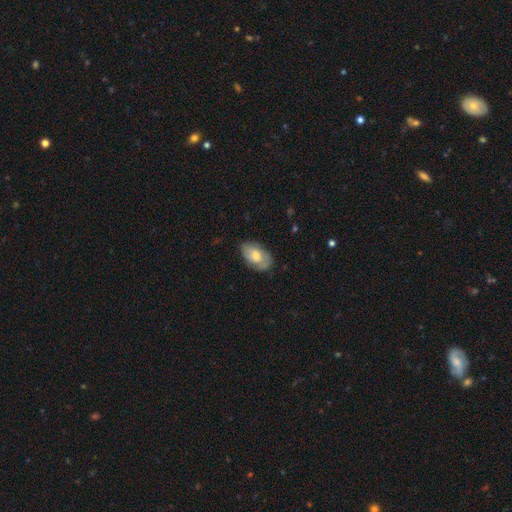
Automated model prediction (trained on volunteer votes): Overall: smooth (58%; featured or disk 36%). How rounded: in between (91%). Merging: none (71%).